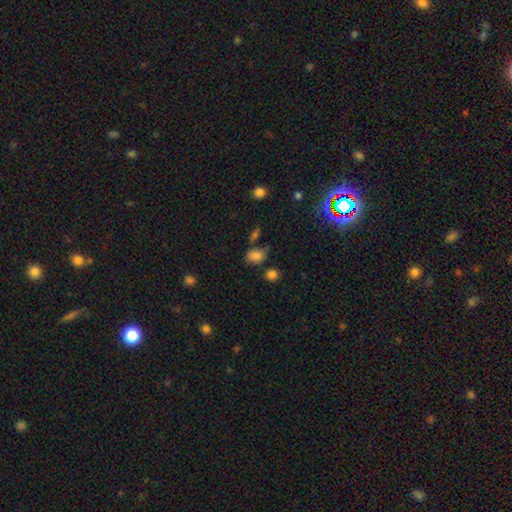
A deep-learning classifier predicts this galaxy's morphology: Q: Smooth or featured?
A: smooth (81%); runner-up: star or artifact (12%)
Q: How rounded?
A: in between (80%); runner-up: round (19%)
Q: Merging?
A: none (57%); runner-up: minor disturbance (23%)